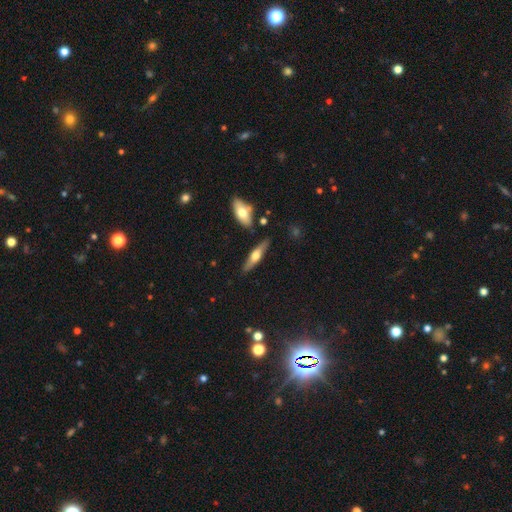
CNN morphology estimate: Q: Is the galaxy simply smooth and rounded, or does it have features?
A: featured or disk — 51%.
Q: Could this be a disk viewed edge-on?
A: yes — 90%.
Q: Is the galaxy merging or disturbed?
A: none — 83%.